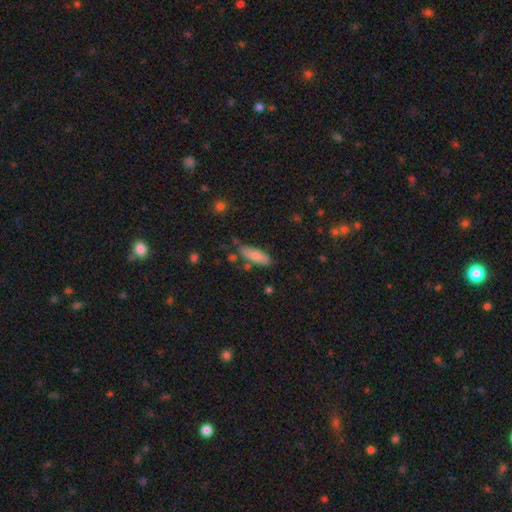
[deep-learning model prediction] This is clearly a smooth galaxy (80%). How rounded: possibly in between (55%). Merging: likely none (73%).